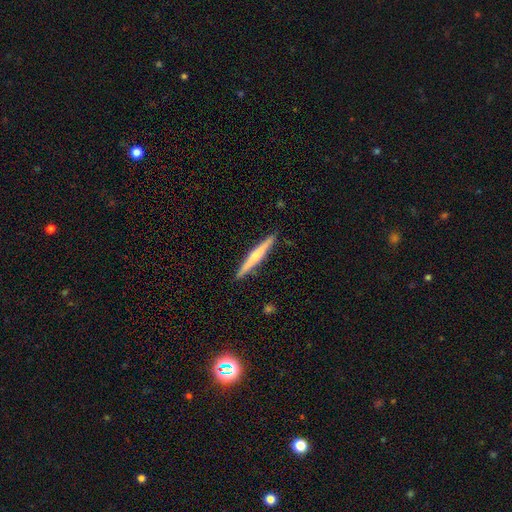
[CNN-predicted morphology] Smooth or featured? featured or disk (57%)
Edge-on disk? yes (97%)
Edge-on bulge? rounded (68%)
Merging? none (91%)